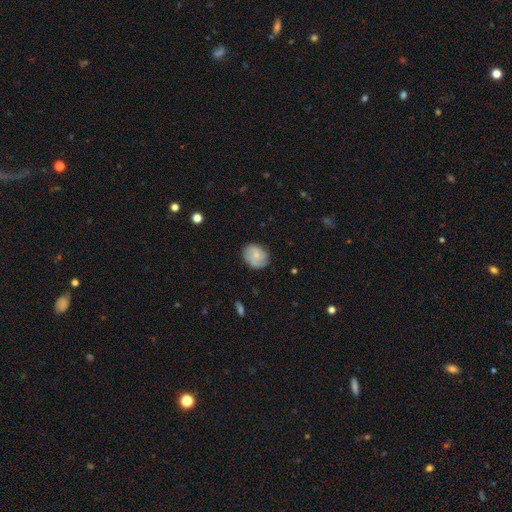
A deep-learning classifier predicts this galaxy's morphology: Smooth or featured? smooth (58%)
How rounded? round (55%)
Merging? none (74%)